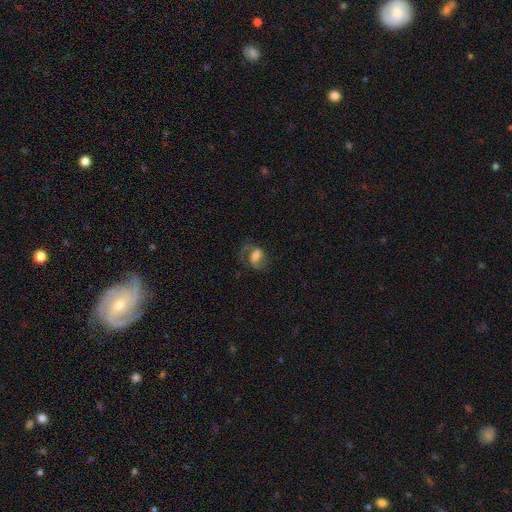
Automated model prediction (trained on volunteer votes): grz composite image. It shows a featured or disk galaxy (68%) with a weak bar (46%), 2 (78%) medium (46%) spiral arms (90%) and a moderate central bulge (35%). Merging: none (57%).